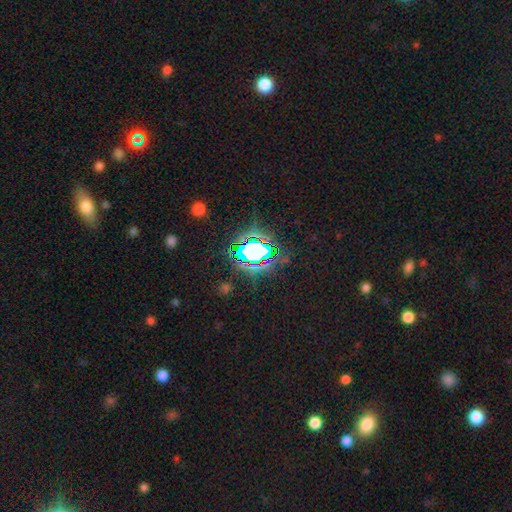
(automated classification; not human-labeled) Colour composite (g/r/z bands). It shows a star or artifact, not a galaxy (80%).